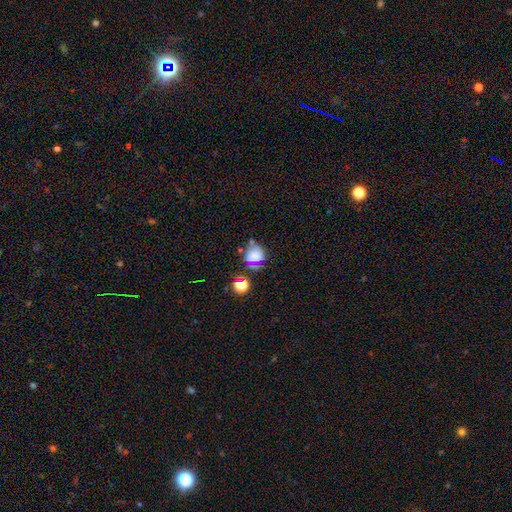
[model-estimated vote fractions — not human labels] smooth-or-featured: smooth: 66% | star or artifact: 20% | featured or disk: 14%
  how-rounded: round: 79% | in between: 20% | cigar-shaped: 1%
  merging: none: 57% | minor disturbance: 20% | merger: 15% | major disturbance: 8%